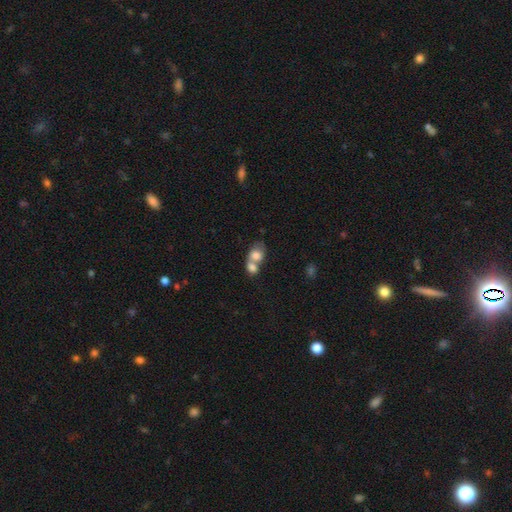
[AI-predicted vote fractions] smooth-or-featured: smooth: 75% | featured or disk: 17% | star or artifact: 8%
  how-rounded: in between: 56% | round: 43% | cigar-shaped: 2%
  merging: merger: 75% | none: 16% | minor disturbance: 6% | major disturbance: 4%